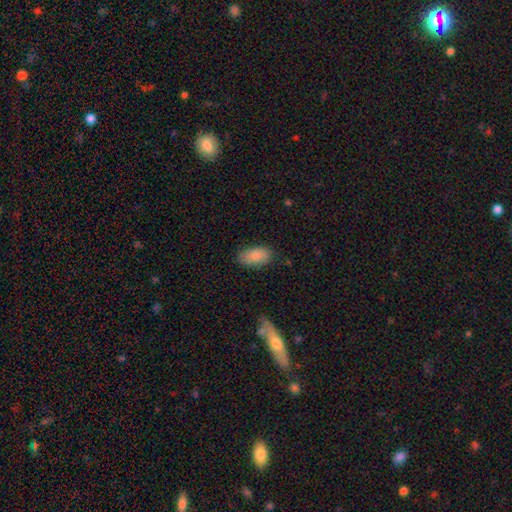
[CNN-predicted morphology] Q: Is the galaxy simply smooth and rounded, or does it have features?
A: smooth — 87%.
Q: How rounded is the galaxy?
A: in between — 94%.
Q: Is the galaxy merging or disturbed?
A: none — 82%.